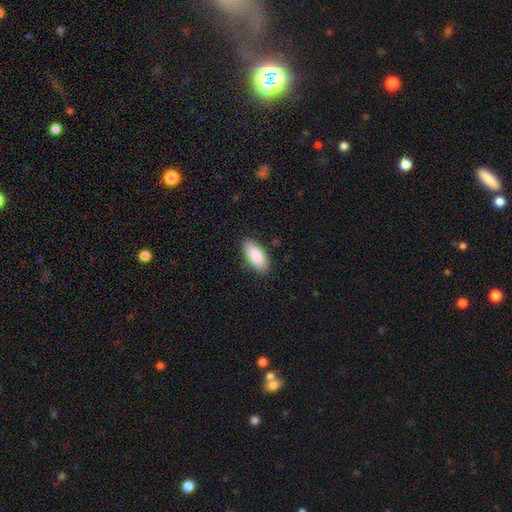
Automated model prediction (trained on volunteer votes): This is clearly a smooth galaxy (89%). How rounded: clearly in between (89%). Merging: clearly none (86%).